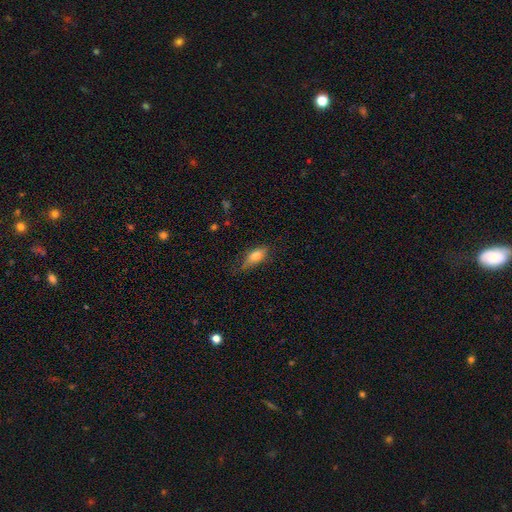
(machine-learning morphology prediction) type=smooth (75%); roundness=in between (75%); merging=none (61%).